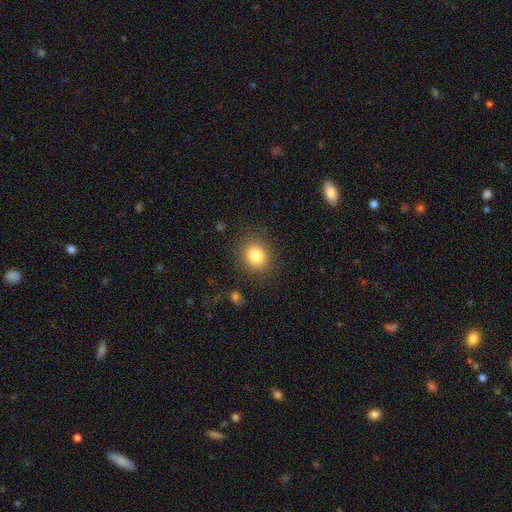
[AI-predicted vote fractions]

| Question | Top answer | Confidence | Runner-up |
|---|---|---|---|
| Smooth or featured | smooth | 82% | star or artifact (11%) |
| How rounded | round | 73% | in between (26%) |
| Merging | none | 85% | minor disturbance (10%) |